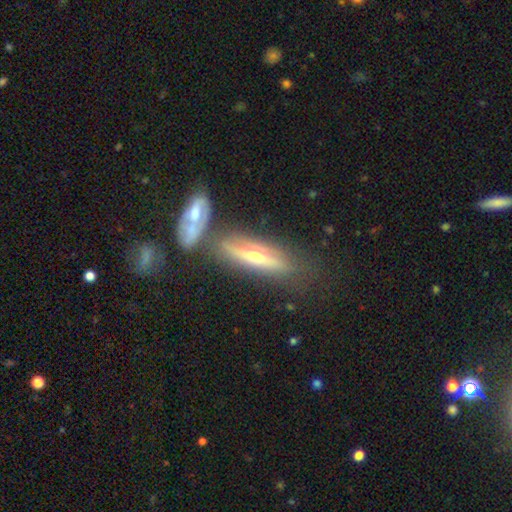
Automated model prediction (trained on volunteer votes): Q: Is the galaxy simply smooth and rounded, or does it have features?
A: featured or disk — 63%.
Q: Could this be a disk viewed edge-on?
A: yes — 79%.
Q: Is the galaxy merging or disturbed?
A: none — 57%.